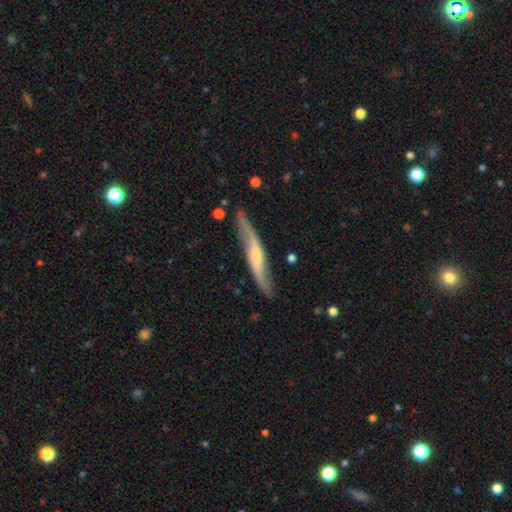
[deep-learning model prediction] This appears to be a featured or disk galaxy (67%) viewed edge-on (61%). Merging: none (77%).